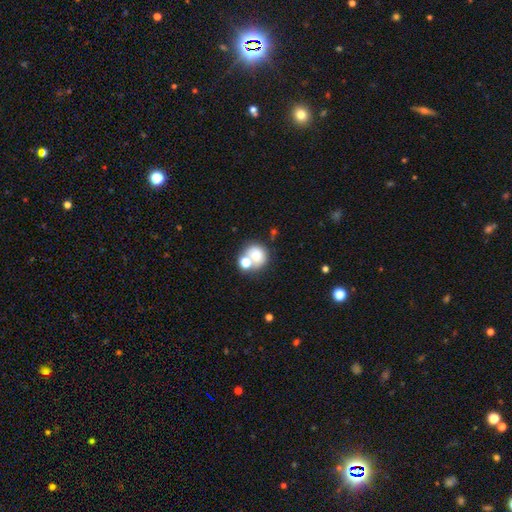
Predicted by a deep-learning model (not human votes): Smooth or featured? Predicted: smooth (p=0.73). How rounded? Predicted: round (p=0.77). Merging? Predicted: merger (p=0.44).